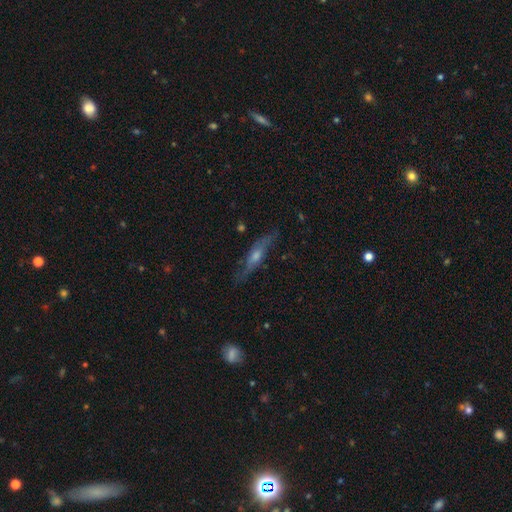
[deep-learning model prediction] Smooth or featured?
  - featured or disk: 68% *
  - smooth: 25%
  - star or artifact: 8%
Edge-on disk?
  - yes: 76% *
  - no: 24%
Edge-on bulge?
  - rounded: 78% *
  - none: 13%
  - boxy: 9%
Merging?
  - none: 77% *
  - minor disturbance: 16%
  - major disturbance: 5%
  - merger: 2%